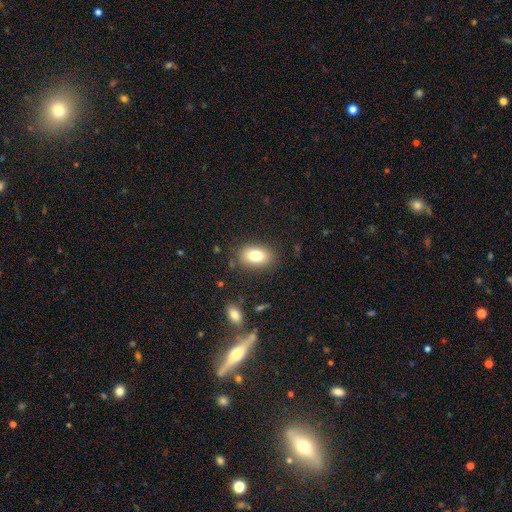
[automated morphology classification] type=smooth (80%); roundness=in between (85%); merging=none (83%).